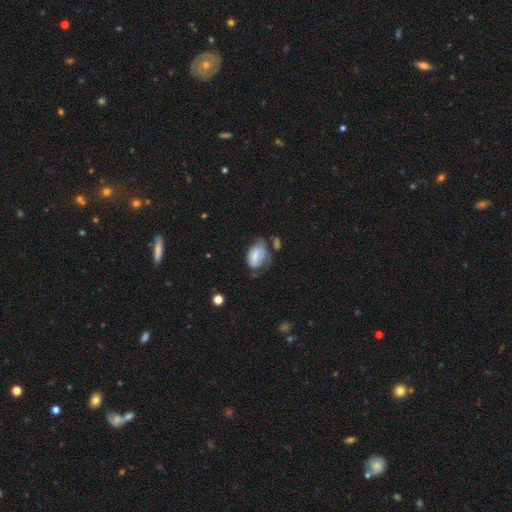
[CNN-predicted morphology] Smooth or featured? smooth (51%)
How rounded? in between (86%)
Merging? minor disturbance (34%)